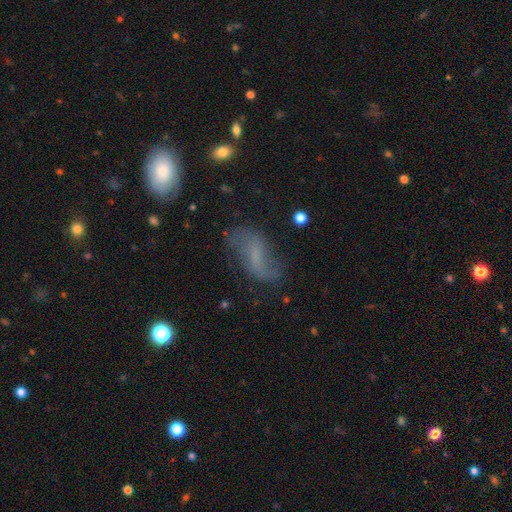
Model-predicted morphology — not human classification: Overall: featured or disk (53%; smooth 33%). Edge-on disk: no (93%). Merging: none (57%; minor disturbance 23%).